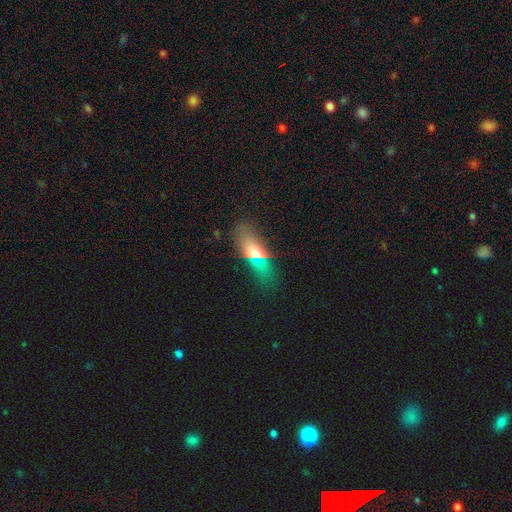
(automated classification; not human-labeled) Smooth or featured: smooth — 61% (featured or disk — 26%)
How rounded: in between — 66% (cigar-shaped — 27%)
Merging: none — 71% (minor disturbance — 16%)